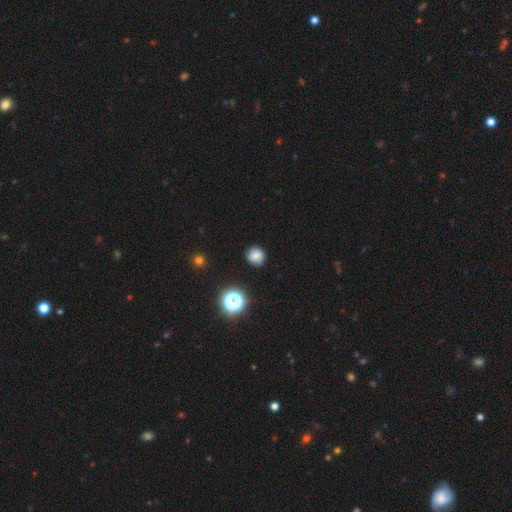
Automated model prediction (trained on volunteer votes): This is likely a smooth galaxy (79%). How rounded: clearly round (86%). Merging: clearly none (83%).